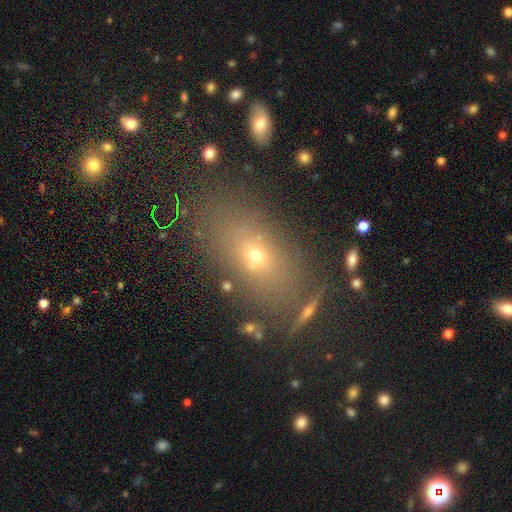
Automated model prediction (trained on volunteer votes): smooth-or-featured: smooth: 58% | star or artifact: 22% | featured or disk: 20%
  how-rounded: in between: 71% | round: 19% | cigar-shaped: 11%
  merging: none: 73% | minor disturbance: 13% | merger: 7% | major disturbance: 6%